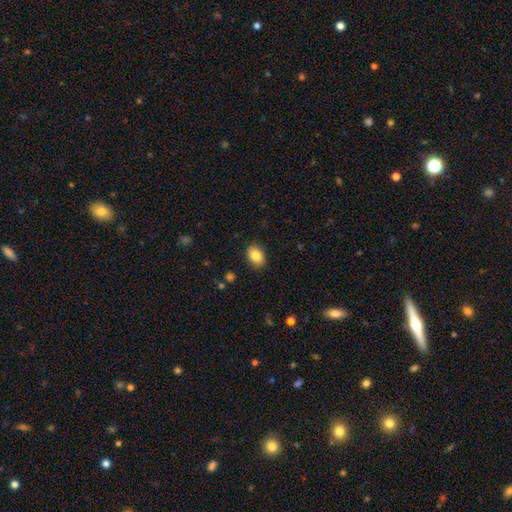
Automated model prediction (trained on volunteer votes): Smooth or featured? smooth (85%)
How rounded? in between (75%)
Merging? none (88%)